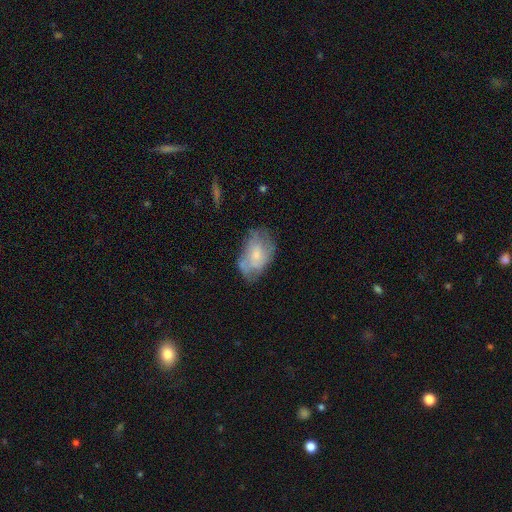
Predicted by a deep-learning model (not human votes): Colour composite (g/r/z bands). It shows a featured or disk galaxy (49%). Merging: none (49%).